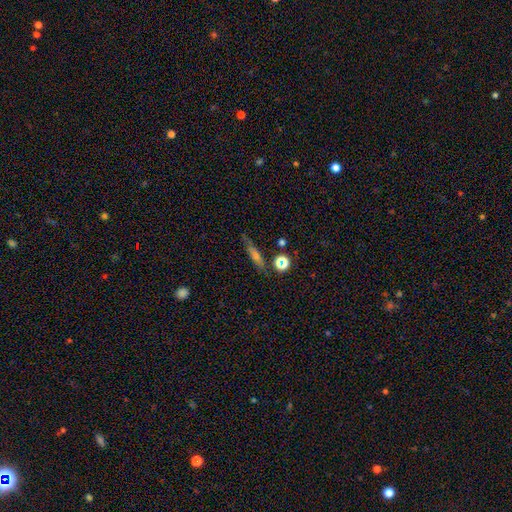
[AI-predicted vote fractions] smooth 42%, featured or disk 37%, star or artifact 21%. Down the decision tree: merging — none (72%).